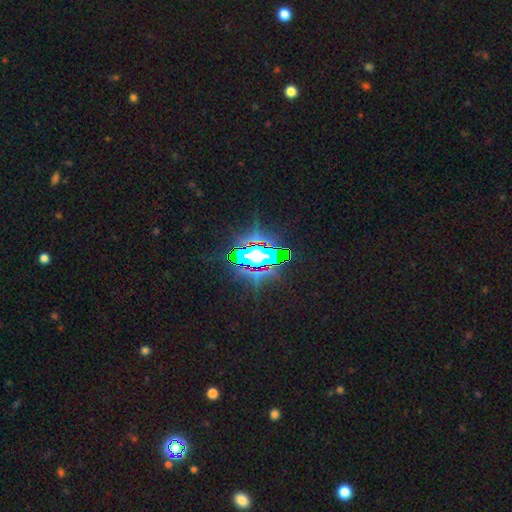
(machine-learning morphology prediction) A star or artifact, not a galaxy (69%).

Vote fractions:
- Smooth or featured? star or artifact: 69% / featured or disk: 16% / smooth: 15%